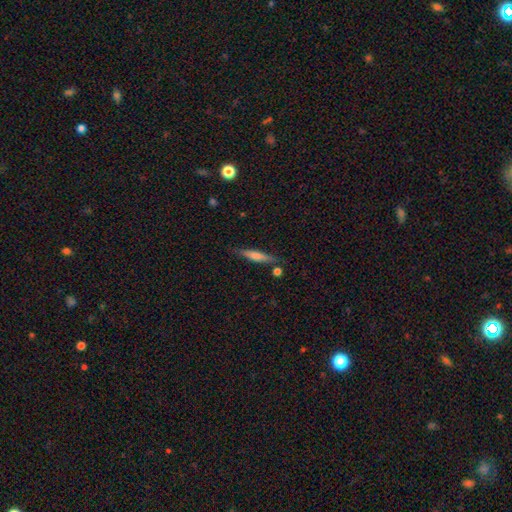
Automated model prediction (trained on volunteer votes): Smooth or featured: featured or disk — 50% (smooth — 43%)
Merging: none — 82% (minor disturbance — 11%)